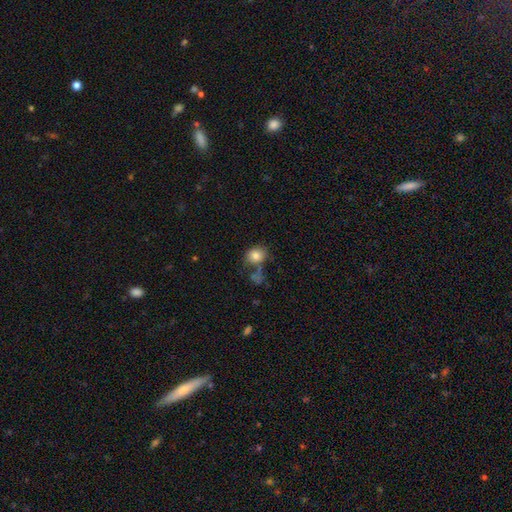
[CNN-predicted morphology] A smooth galaxy with no disk features (81%) that is round (57%). Merging: none (58%).